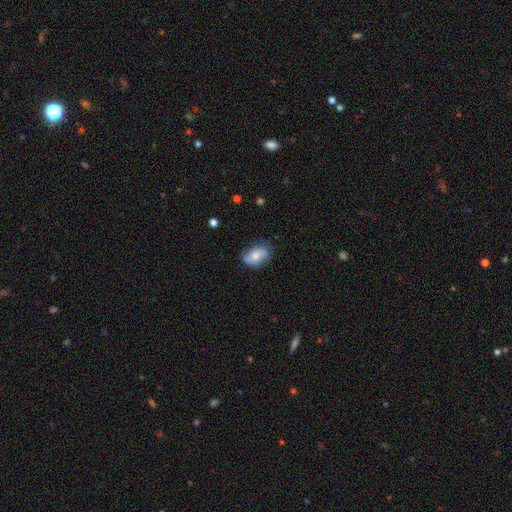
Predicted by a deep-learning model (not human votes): Smooth or featured: smooth — 50% (featured or disk — 42%)
Merging: none — 69% (minor disturbance — 23%)